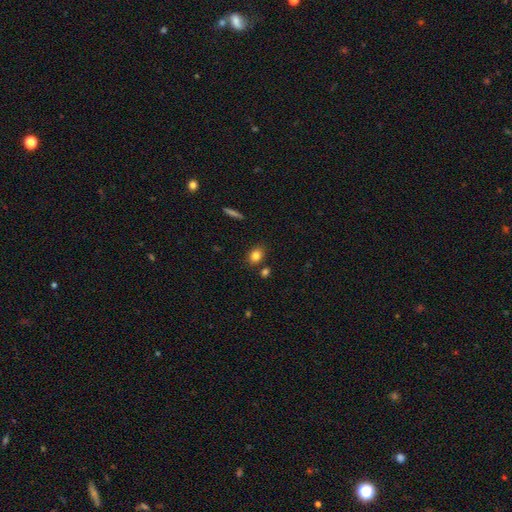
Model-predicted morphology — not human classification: smooth 82%, star or artifact 10%, featured or disk 8%. Down the decision tree: how rounded — in between (58%); merging — none (79%).